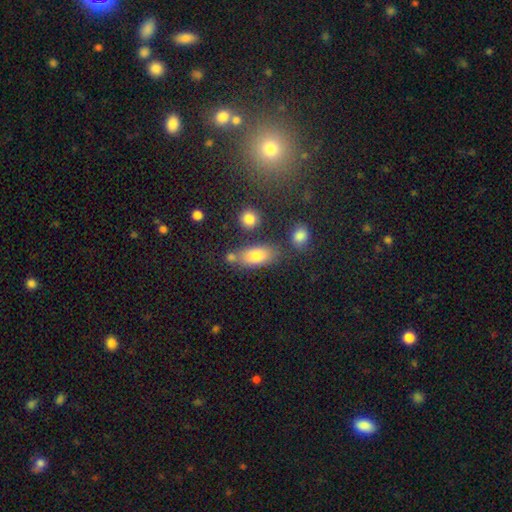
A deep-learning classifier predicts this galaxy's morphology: This is likely a smooth galaxy (77%). How rounded: clearly in between (81%). Merging: likely none (64%).